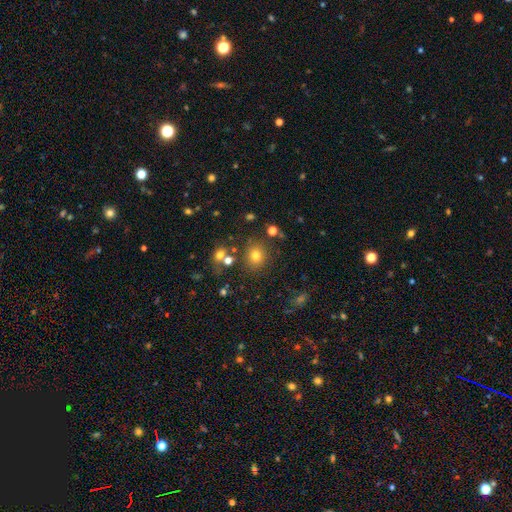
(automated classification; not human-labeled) Smooth or featured?
  - smooth: 75% *
  - star or artifact: 17%
  - featured or disk: 9%
How rounded?
  - round: 80% *
  - in between: 19%
  - cigar-shaped: 1%
Merging?
  - none: 80% *
  - minor disturbance: 9%
  - merger: 7%
  - major disturbance: 4%